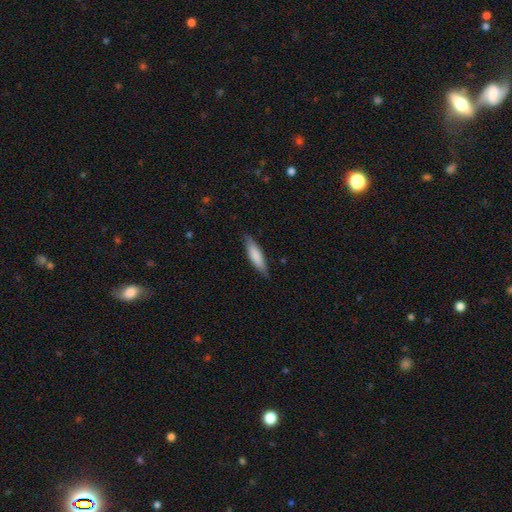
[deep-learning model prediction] This appears to be a smooth galaxy with no disk features (80%) that is cigar-shaped (65%). Merging: none (82%).